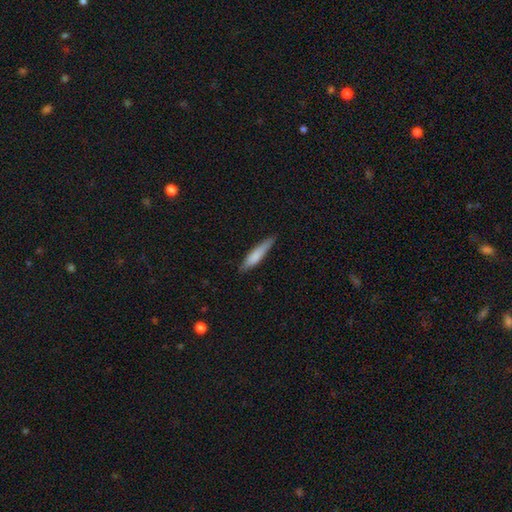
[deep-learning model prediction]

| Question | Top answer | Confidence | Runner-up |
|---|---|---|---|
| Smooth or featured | smooth | 76% | featured or disk (19%) |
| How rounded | cigar-shaped | 85% | in between (14%) |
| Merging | none | 79% | minor disturbance (17%) |